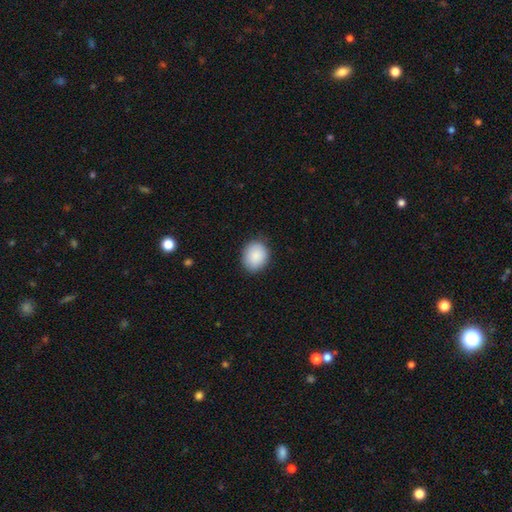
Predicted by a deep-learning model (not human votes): Morphology: type=smooth (89%); roundness=round (67%); merging=none (85%).